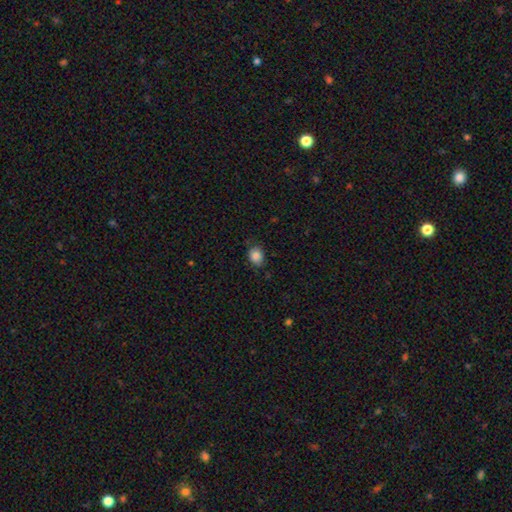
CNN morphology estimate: This appears to be a smooth galaxy with no disk features (86%) that is in between round and cigar-shaped (54%). Merging: none (76%).